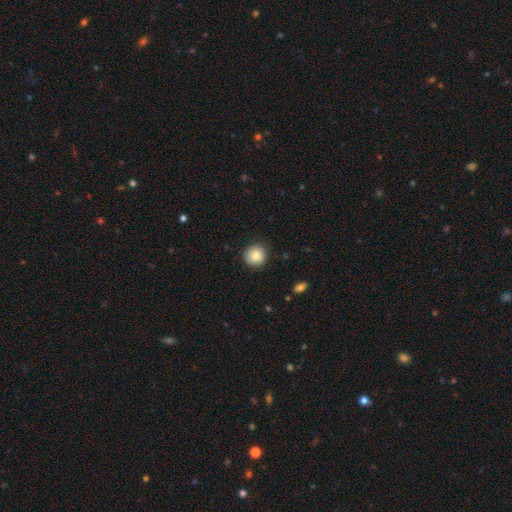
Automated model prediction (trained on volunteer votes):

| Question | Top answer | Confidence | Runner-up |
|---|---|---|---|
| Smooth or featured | smooth | 84% | star or artifact (9%) |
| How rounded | round | 93% | in between (6%) |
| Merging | none | 88% | minor disturbance (9%) |